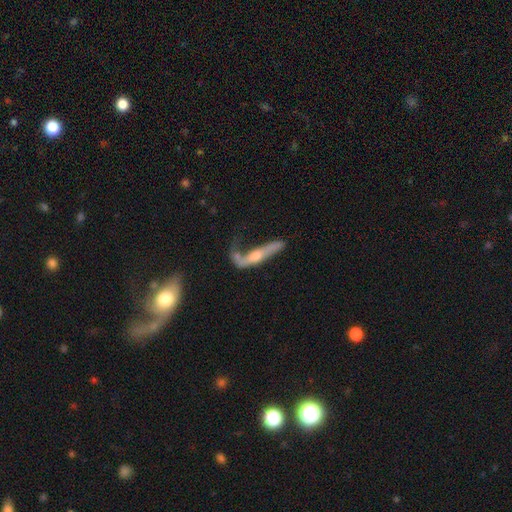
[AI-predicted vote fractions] A featured or disk galaxy (62%) viewed edge-on (62%). Merging: major disturbance (35%).